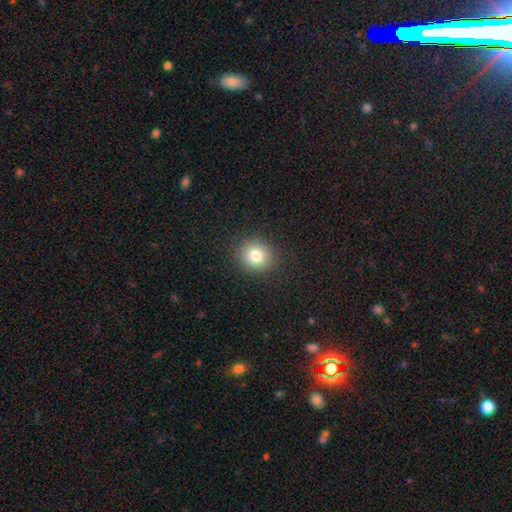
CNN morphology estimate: A smooth galaxy with no disk features (80%) that is round (86%).

Vote fractions:
- Smooth or featured? smooth: 80% / star or artifact: 12% / featured or disk: 9%
- How rounded? round: 86% / in between: 13% / cigar-shaped: 1%
- Merging? none: 89% / minor disturbance: 7% / major disturbance: 3% / merger: 1%